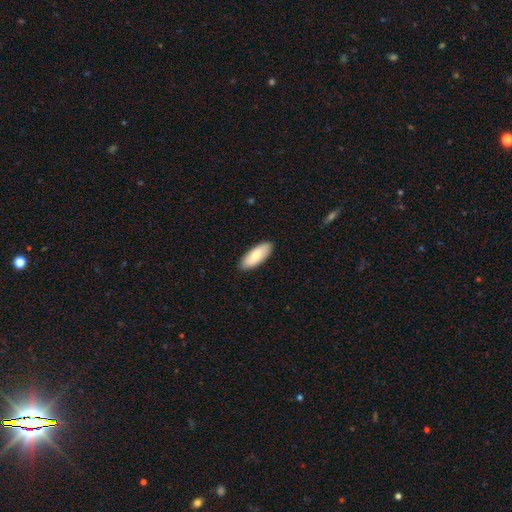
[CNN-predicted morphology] A smooth galaxy with no disk features (76%) that is in between round and cigar-shaped (76%). Merging: none (89%).